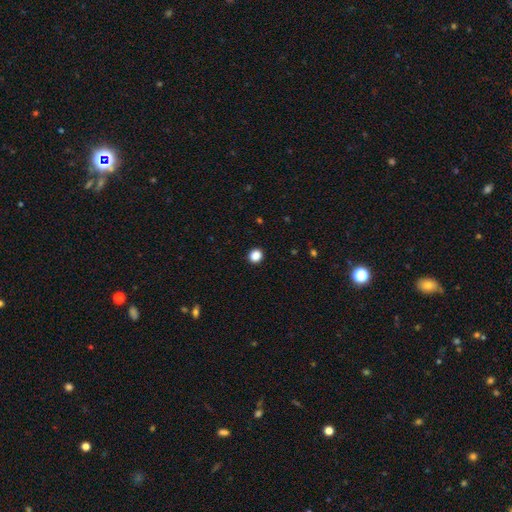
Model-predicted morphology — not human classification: Q: Smooth or featured?
A: smooth (87%); runner-up: star or artifact (10%)
Q: How rounded?
A: round (84%); runner-up: in between (15%)
Q: Merging?
A: none (92%); runner-up: minor disturbance (5%)